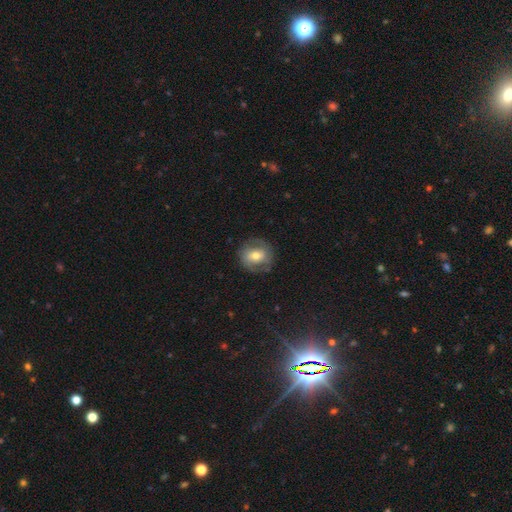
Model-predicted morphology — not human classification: Overall: featured or disk (52%; smooth 40%). Edge-on disk: no (96%). Bar: no (48%; weak 35%). Spiral arms: yes (68%; no 32%). Bulge size: moderate (67%). Merging: none (76%).